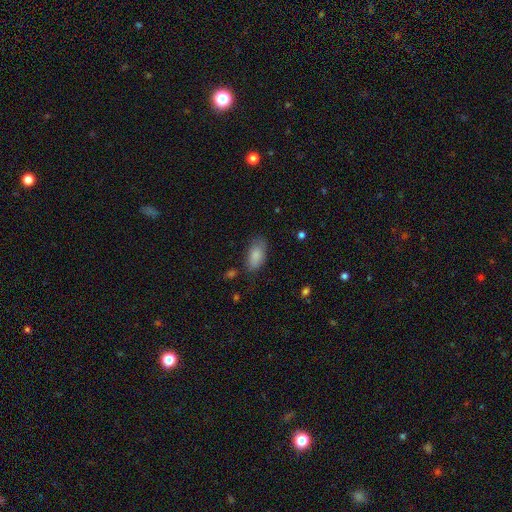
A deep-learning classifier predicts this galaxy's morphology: This is clearly a smooth galaxy (86%). How rounded: clearly in between (93%). Merging: likely none (68%).